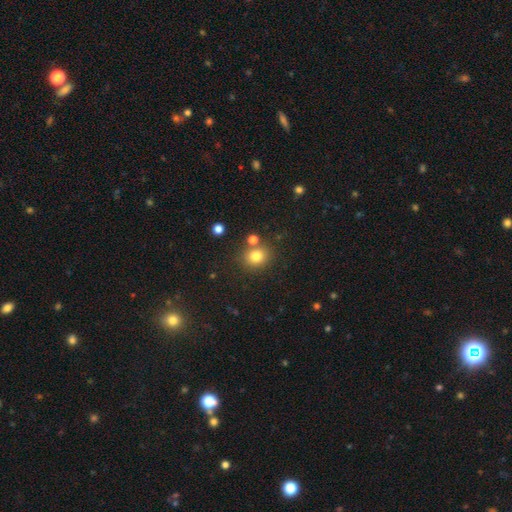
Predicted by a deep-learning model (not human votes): The model was most divided on "how rounded": round: 77%, in between: 22%, cigar-shaped: 1%. More confident: smooth or featured — smooth (79%); merging — none (76%).